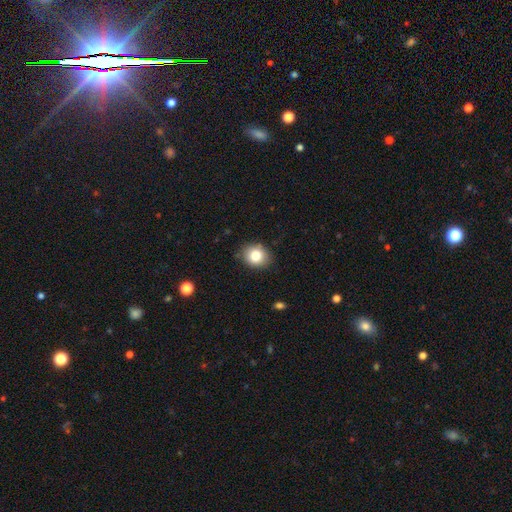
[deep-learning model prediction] smooth-or-featured: smooth: 82% | star or artifact: 10% | featured or disk: 8%
  how-rounded: round: 65% | in between: 34% | cigar-shaped: 1%
  merging: none: 85% | minor disturbance: 11% | major disturbance: 2% | merger: 1%